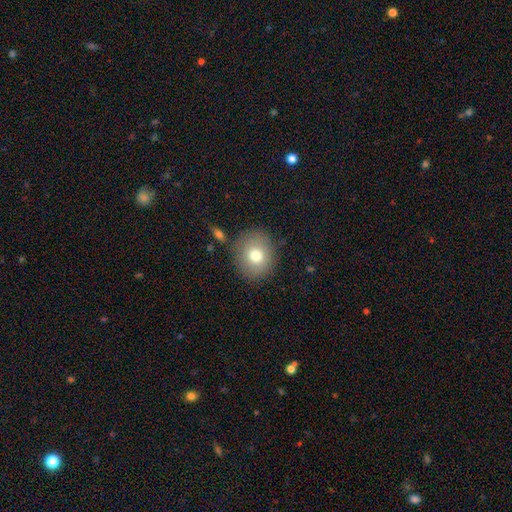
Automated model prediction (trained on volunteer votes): Smooth or featured?
  - smooth: 76% *
  - featured or disk: 14%
  - star or artifact: 10%
How rounded?
  - round: 80% *
  - in between: 19%
  - cigar-shaped: 1%
Merging?
  - none: 83% *
  - minor disturbance: 10%
  - major disturbance: 3%
  - merger: 3%